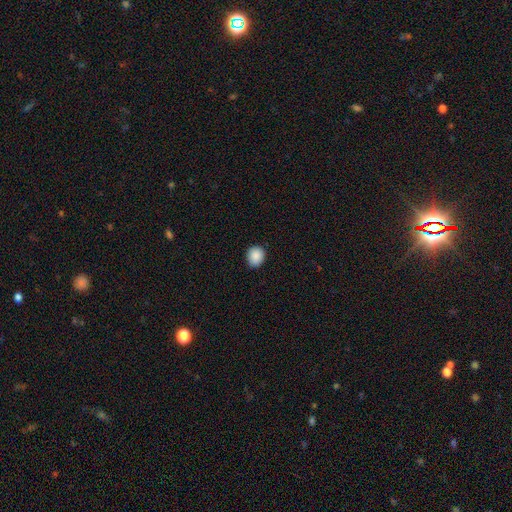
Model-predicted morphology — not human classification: Smooth or featured? Predicted: smooth (p=0.89). How rounded? Predicted: round (p=0.72). Merging? Predicted: none (p=0.88).